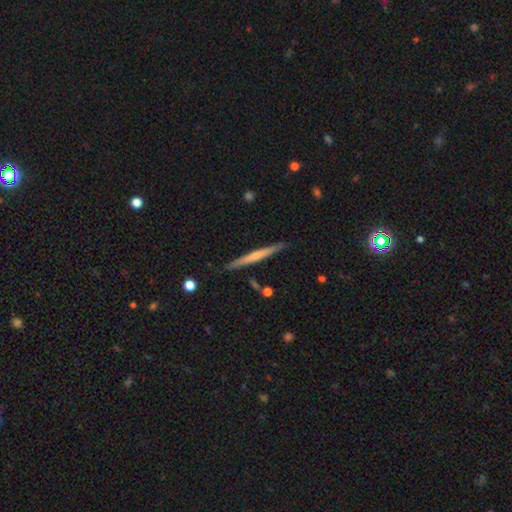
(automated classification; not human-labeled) A featured or disk galaxy (50%).

Vote fractions:
- Smooth or featured? featured or disk: 50% / smooth: 45% / star or artifact: 5%
- Merging? none: 89% / minor disturbance: 8% / merger: 2% / major disturbance: 1%